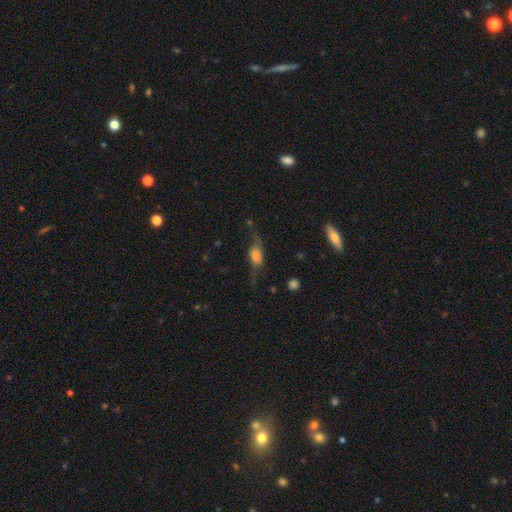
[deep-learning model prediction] Smooth or featured?
  - featured or disk: 49% *
  - smooth: 41%
  - star or artifact: 10%
Merging?
  - none: 53% *
  - minor disturbance: 23%
  - major disturbance: 21%
  - merger: 3%